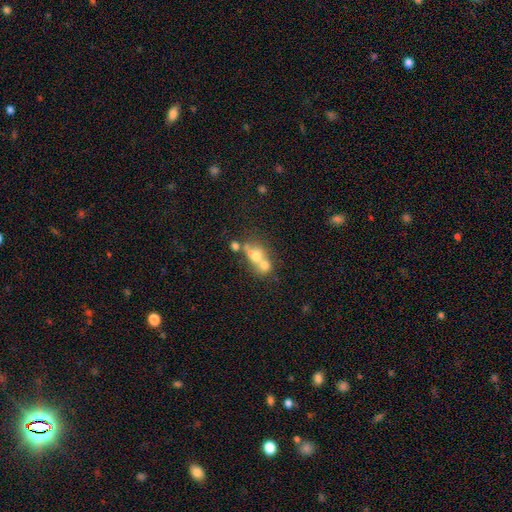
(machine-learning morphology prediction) A smooth galaxy with no disk features (59%) that is round (60%). Merging: merger (66%).